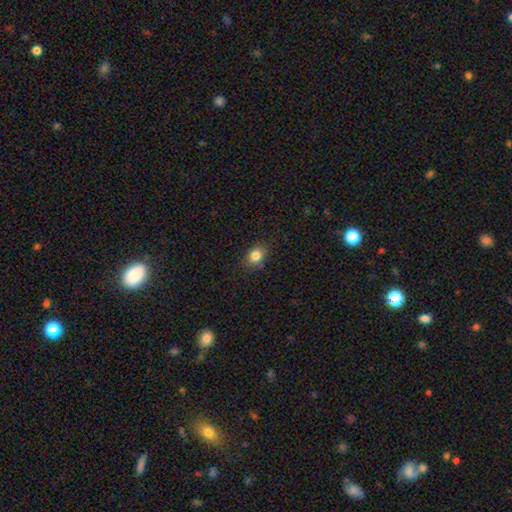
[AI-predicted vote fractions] A smooth galaxy with no disk features (84%) that is in between round and cigar-shaped (58%).

Vote fractions:
- Smooth or featured? smooth: 84% / star or artifact: 10% / featured or disk: 6%
- How rounded? in between: 58% / round: 40% / cigar-shaped: 1%
- Merging? none: 84% / minor disturbance: 12% / major disturbance: 3% / merger: 1%